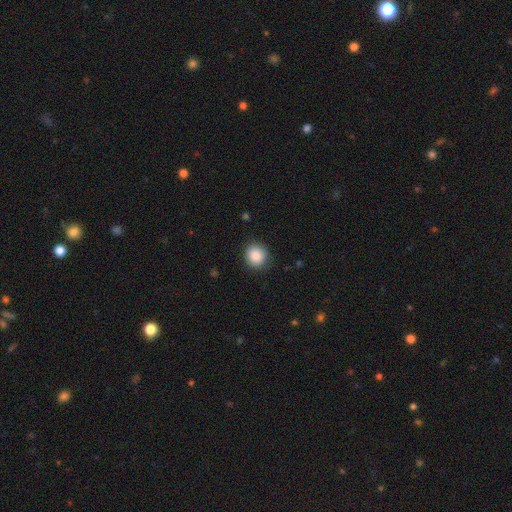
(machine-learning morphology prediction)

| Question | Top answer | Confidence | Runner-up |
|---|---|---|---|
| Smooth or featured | smooth | 88% | star or artifact (8%) |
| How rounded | round | 86% | in between (13%) |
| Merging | none | 88% | minor disturbance (9%) |